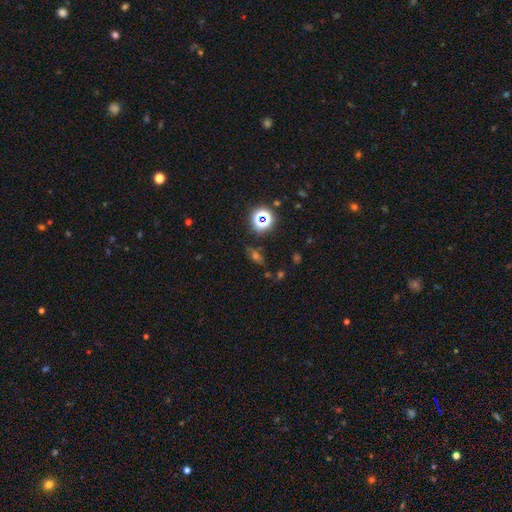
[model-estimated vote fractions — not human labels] Smooth or featured?
  - star or artifact: 50% *
  - smooth: 31%
  - featured or disk: 18%